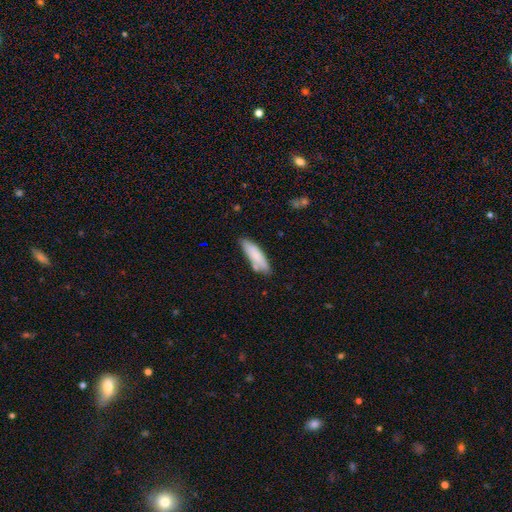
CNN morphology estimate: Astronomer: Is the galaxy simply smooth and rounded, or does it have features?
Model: smooth — 80%.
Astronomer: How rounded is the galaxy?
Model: cigar-shaped — 56% (runner-up: in between, 43%).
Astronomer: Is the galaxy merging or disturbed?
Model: none — 74%.